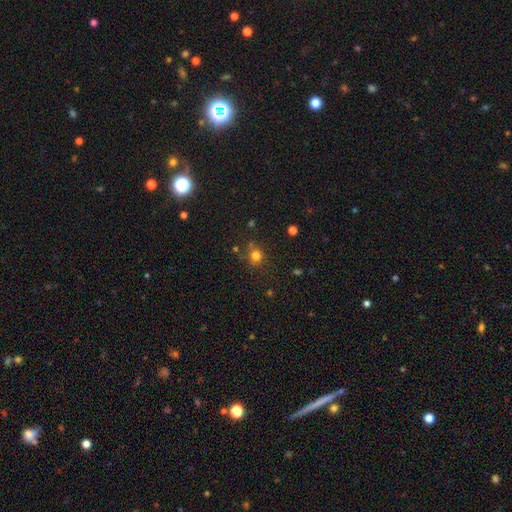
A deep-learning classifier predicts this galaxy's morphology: This appears to be a smooth galaxy with no disk features (76%) that is round (85%). Merging: none (75%).